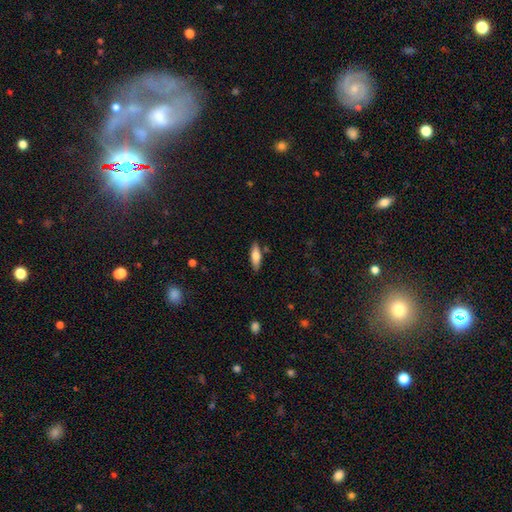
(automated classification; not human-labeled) Smooth or featured: smooth — 70% (featured or disk — 24%)
How rounded: in between — 55% (cigar-shaped — 43%)
Merging: none — 83% (minor disturbance — 11%)